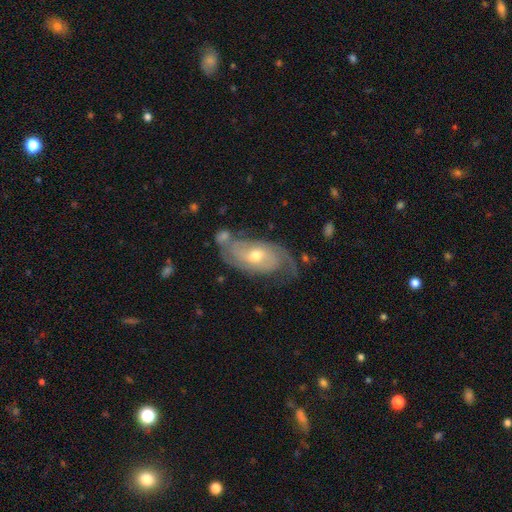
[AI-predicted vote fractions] Smooth or featured?
  - featured or disk: 82% *
  - smooth: 11%
  - star or artifact: 7%
Edge-on disk?
  - no: 94% *
  - yes: 6%
Bar?
  - no: 65% *
  - weak: 28%
  - strong: 7%
Spiral arms?
  - yes: 93% *
  - no: 7%
Spiral winding?
  - tight: 55% *
  - medium: 33%
  - loose: 12%
Spiral arm count?
  - 2: 60% *
  - can't tell: 21%
  - 3: 9%
  - 1: 4%
  - 4: 3%
  - more than 4: 2%
Bulge size?
  - moderate: 64% *
  - small: 31%
  - large: 3%
  - none: 1%
  - dominant: 1%
Merging?
  - none: 64% *
  - minor disturbance: 20%
  - major disturbance: 10%
  - merger: 7%